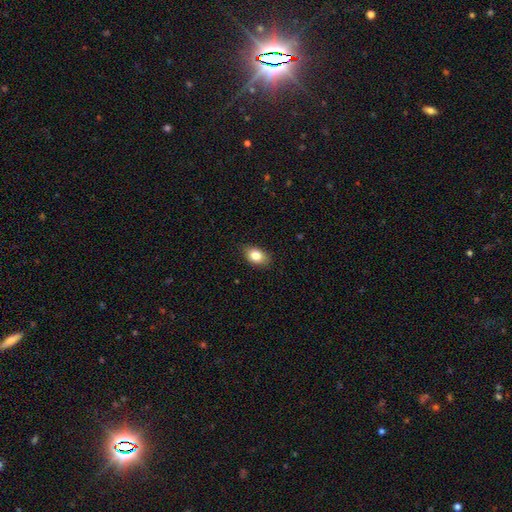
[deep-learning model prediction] smooth 83%, featured or disk 9%, star or artifact 8%. Down the decision tree: how rounded — in between (85%); merging — none (83%).